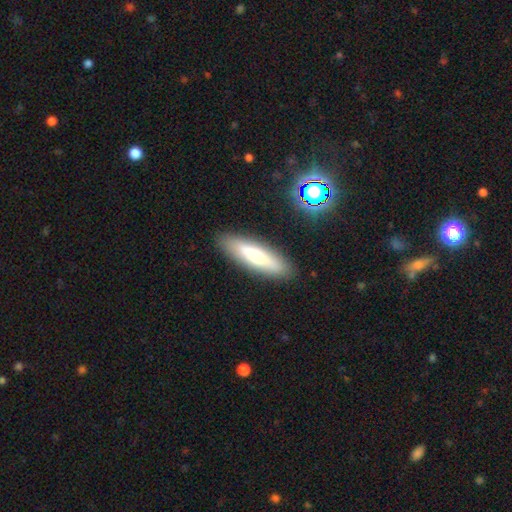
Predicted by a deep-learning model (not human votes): smooth_or_featured: smooth (p=0.59) [alt: featured or disk p=0.33]
how_rounded: cigar-shaped (p=0.61) [alt: in between p=0.38]
merging: none (p=0.89) [alt: minor disturbance p=0.08]